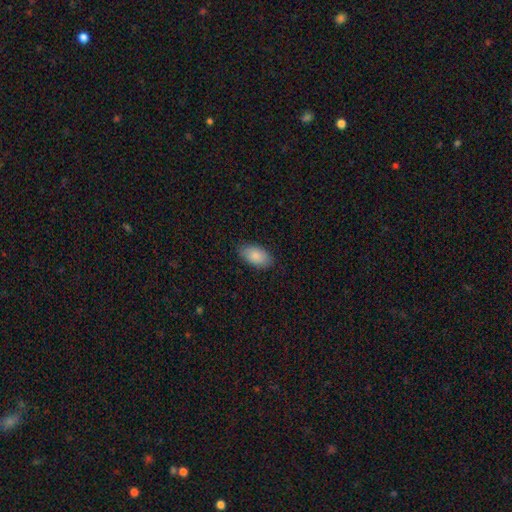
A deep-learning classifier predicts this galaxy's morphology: A smooth galaxy with no disk features (88%) that is in between round and cigar-shaped (94%).

Vote fractions:
- Smooth or featured? smooth: 88% / star or artifact: 6% / featured or disk: 6%
- How rounded? in between: 94% / round: 3% / cigar-shaped: 3%
- Merging? none: 85% / minor disturbance: 12% / major disturbance: 2% / merger: 1%